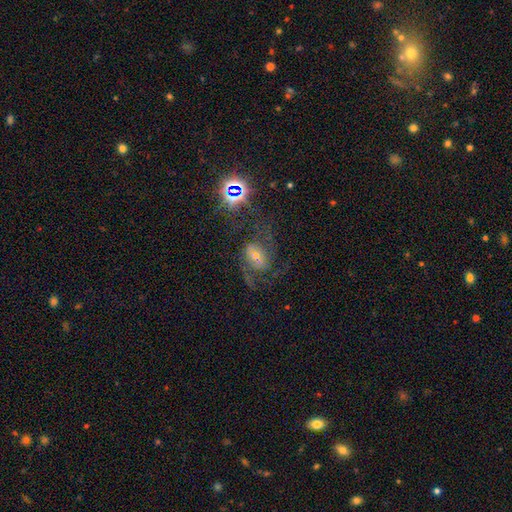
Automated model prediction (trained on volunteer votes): featured or disk 65%, star or artifact 20%, smooth 15%. Down the decision tree: edge-on disk — no (96%); bar — no (48%); spiral arms — yes (86%); spiral arm count — 2 (56%); spiral winding — medium (47%); bulge size — moderate (54%); merging — none (51%).